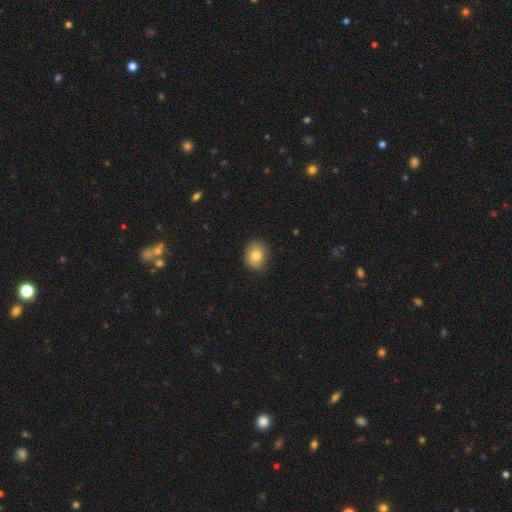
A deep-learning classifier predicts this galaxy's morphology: A smooth galaxy with no disk features (75%) that is in between round and cigar-shaped (50%).

Vote fractions:
- Smooth or featured? smooth: 75% / featured or disk: 16% / star or artifact: 8%
- How rounded? in between: 50% / round: 49% / cigar-shaped: 1%
- Merging? none: 80% / minor disturbance: 16% / major disturbance: 3% / merger: 1%